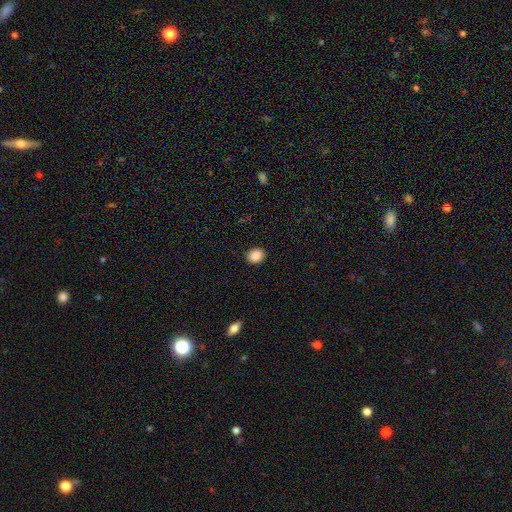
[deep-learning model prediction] Q: Smooth or featured?
A: smooth (88%); runner-up: star or artifact (9%)
Q: How rounded?
A: round (56%); runner-up: in between (43%)
Q: Merging?
A: none (90%); runner-up: minor disturbance (7%)